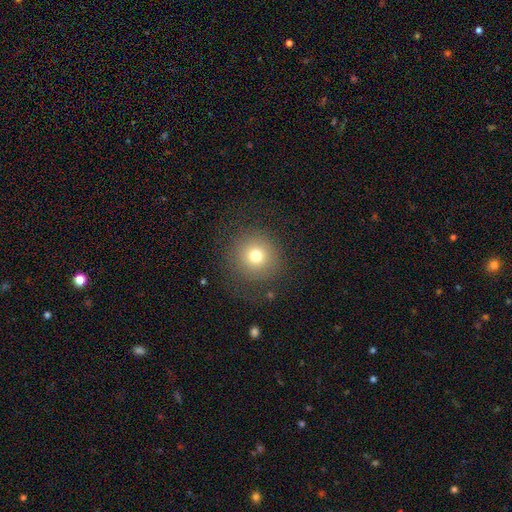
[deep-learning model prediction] smooth_or_featured: smooth (p=0.73) [alt: star or artifact p=0.15]
how_rounded: round (p=0.94) [alt: in between p=0.05]
merging: none (p=0.82) [alt: minor disturbance p=0.10]